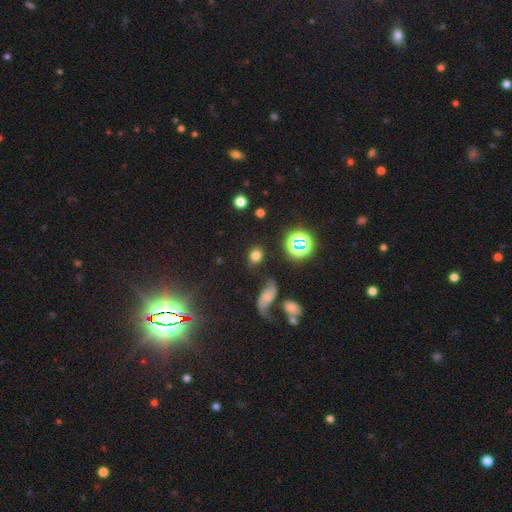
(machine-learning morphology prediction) This is likely a smooth galaxy (70%). How rounded: likely round (67%). Merging: likely none (79%).